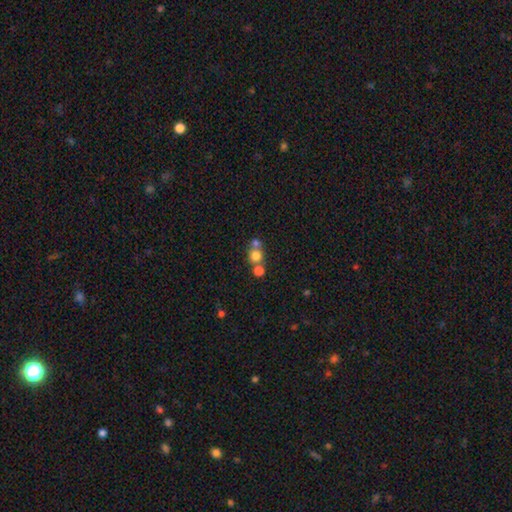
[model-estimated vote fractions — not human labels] smooth-or-featured: smooth: 74% | star or artifact: 14% | featured or disk: 12%
  how-rounded: round: 87% | in between: 12% | cigar-shaped: 1%
  merging: none: 47% | merger: 44% | minor disturbance: 6% | major disturbance: 3%